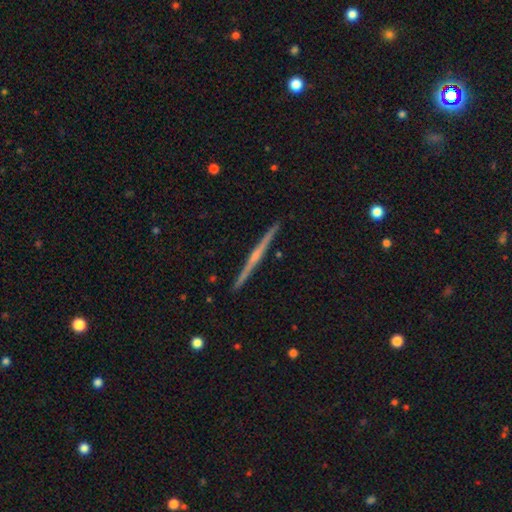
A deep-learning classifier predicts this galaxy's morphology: The model was most divided on "edge-on bulge": rounded: 65%, none: 28%, boxy: 7%. More confident: edge-on disk — yes (99%); merging — none (93%); smooth or featured — featured or disk (80%).